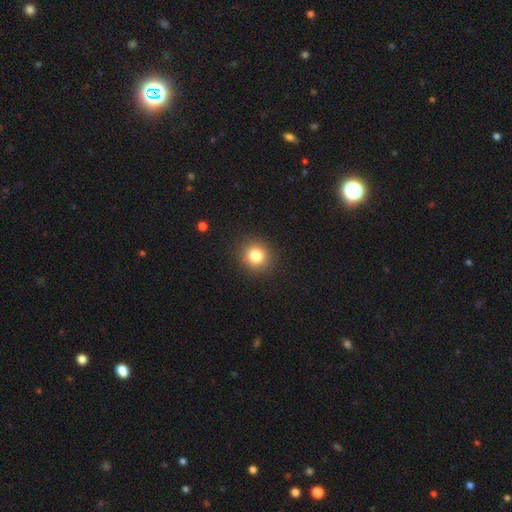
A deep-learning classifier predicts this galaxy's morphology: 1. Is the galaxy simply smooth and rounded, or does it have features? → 82% smooth, 12% star or artifact, 7% featured or disk.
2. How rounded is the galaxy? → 90% round, 9% in between, 1% cigar-shaped.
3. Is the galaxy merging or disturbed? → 90% none, 6% minor disturbance, 2% major disturbance, 1% merger.